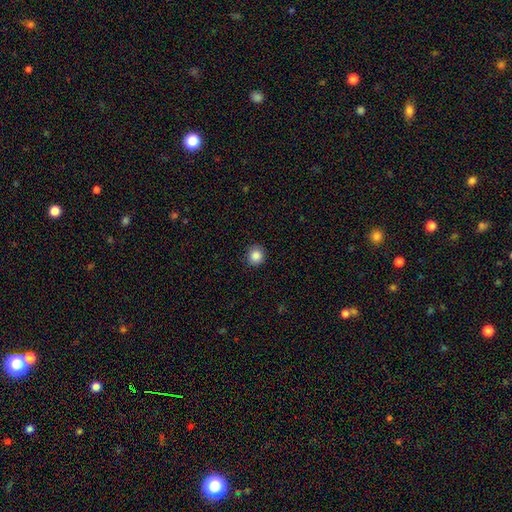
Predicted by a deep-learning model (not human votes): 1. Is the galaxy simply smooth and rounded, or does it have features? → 87% smooth, 10% star or artifact, 4% featured or disk.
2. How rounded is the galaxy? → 89% round, 10% in between, 1% cigar-shaped.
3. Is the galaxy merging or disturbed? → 88% none, 9% minor disturbance, 2% major disturbance, 1% merger.